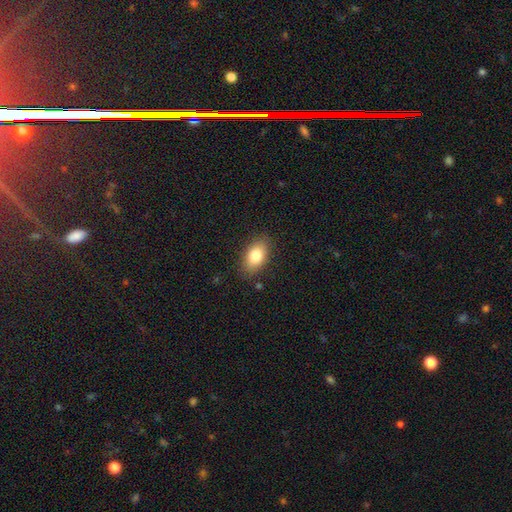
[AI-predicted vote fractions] smooth 81%, featured or disk 11%, star or artifact 8%. Down the decision tree: how rounded — in between (89%); merging — none (85%).